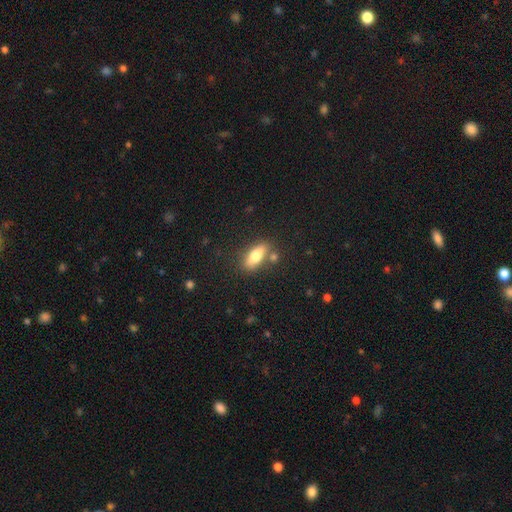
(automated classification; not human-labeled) This is likely a smooth galaxy (71%). How rounded: likely in between (68%). Merging: likely none (73%).